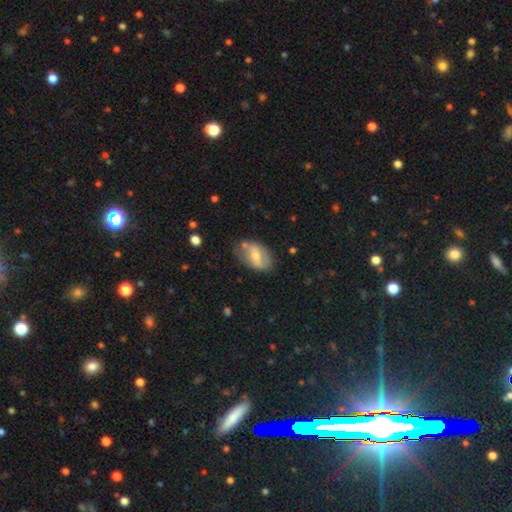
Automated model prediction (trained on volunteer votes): Overall: smooth (51%; featured or disk 43%). How rounded: in between (89%). Merging: none (59%; minor disturbance 26%).